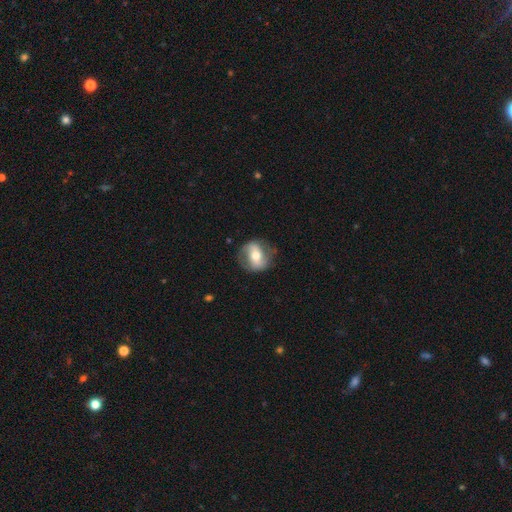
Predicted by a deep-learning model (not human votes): Morphology: type=featured or disk (57%); edge-on=no (92%); bar=strong (41%); spiral arms=yes (62%); bulge=moderate (68%); merging=none (74%).